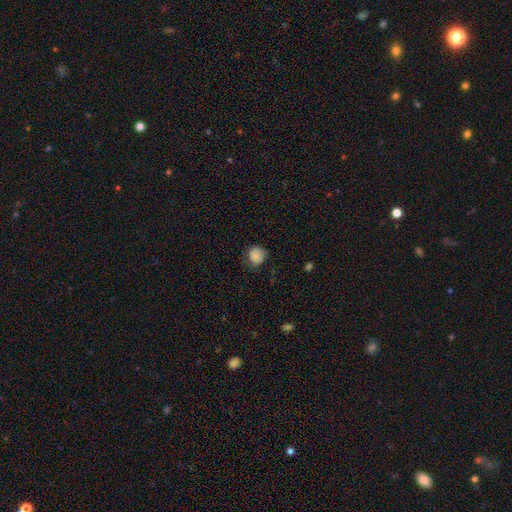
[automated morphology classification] This is clearly a smooth galaxy (85%). How rounded: clearly round (82%). Merging: likely none (72%).